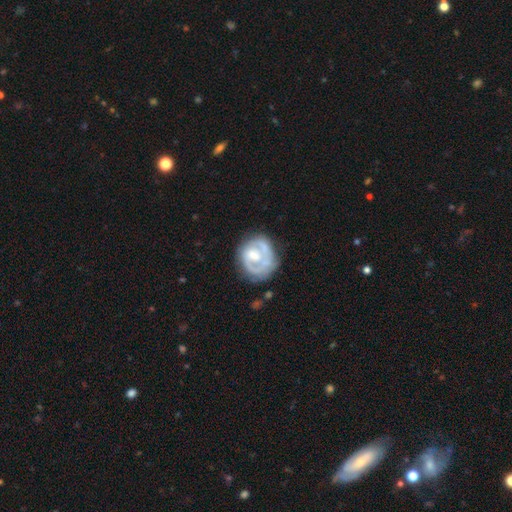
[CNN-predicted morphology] smooth_or_featured: featured or disk (p=0.71) [alt: smooth p=0.23]
disk_edge_on: no (p=0.98) [alt: yes p=0.02]
bar: no (p=0.57) [alt: weak p=0.35]
has_spiral_arms: yes (p=0.71) [alt: no p=0.29]
bulge_size: moderate (p=0.47) [alt: small p=0.36]
merging: none (p=0.55) [alt: minor disturbance p=0.24]